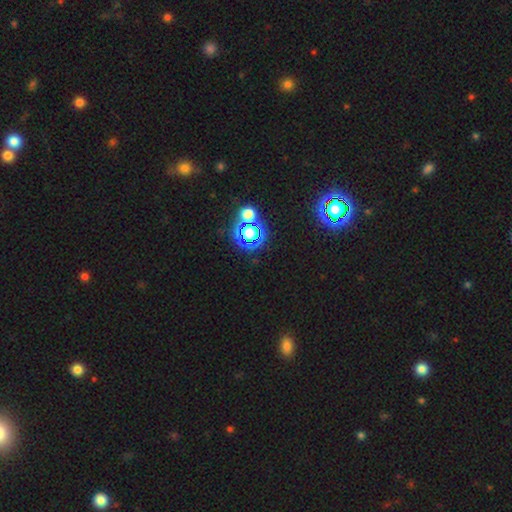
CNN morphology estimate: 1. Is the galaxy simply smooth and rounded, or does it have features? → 71% star or artifact, 21% smooth, 8% featured or disk.